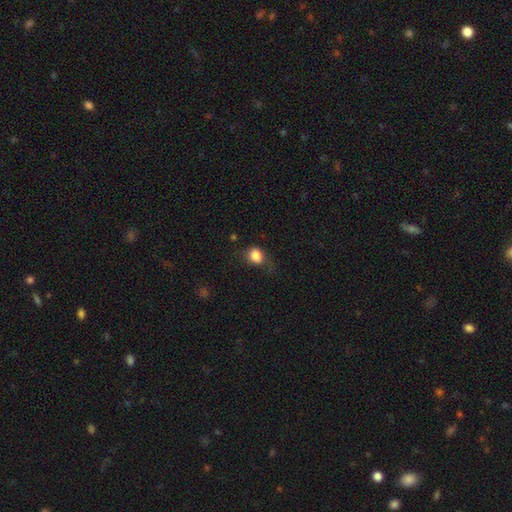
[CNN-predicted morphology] smooth 84%, star or artifact 9%, featured or disk 6%. Down the decision tree: how rounded — round (58%); merging — none (50%).